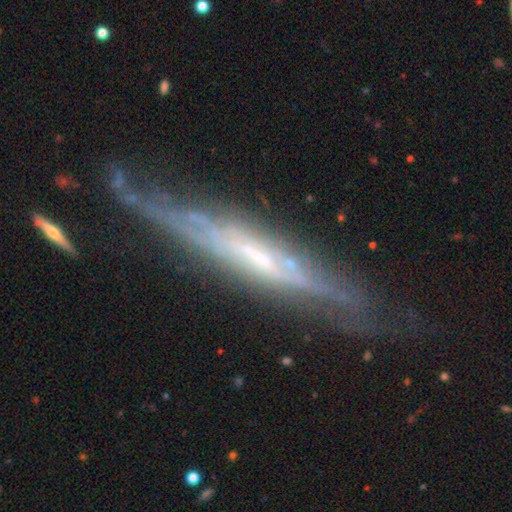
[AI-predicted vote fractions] featured or disk 80%, smooth 13%, star or artifact 7%. Down the decision tree: edge-on disk — yes (84%); edge-on bulge — none (59%); merging — none (67%).